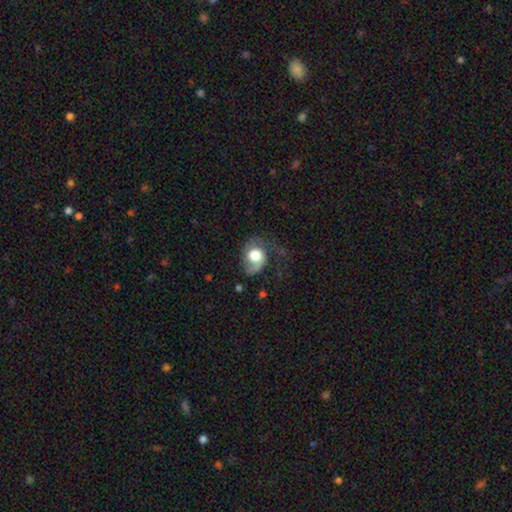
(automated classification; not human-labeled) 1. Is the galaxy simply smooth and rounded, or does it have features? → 47% featured or disk, 45% smooth, 8% star or artifact.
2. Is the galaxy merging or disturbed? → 38% none, 33% major disturbance, 27% minor disturbance, 2% merger.